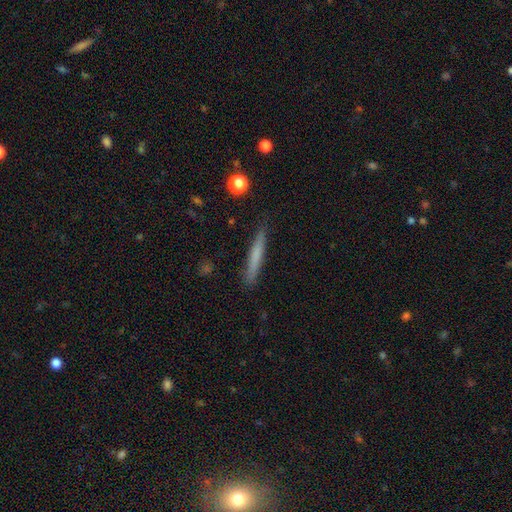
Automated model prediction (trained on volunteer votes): This is likely a smooth galaxy (64%). How rounded: clearly cigar-shaped (96%). Merging: clearly none (88%).